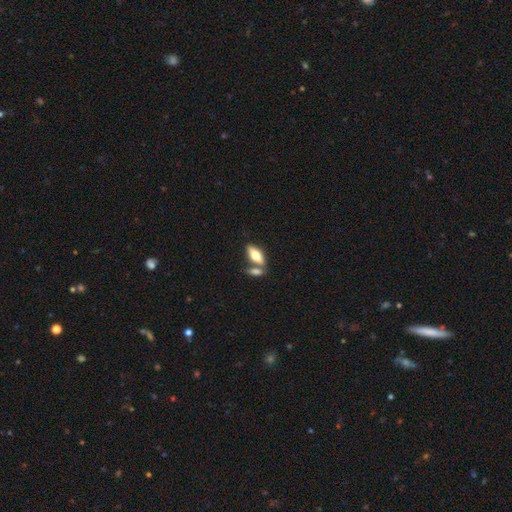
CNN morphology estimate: This is likely a smooth galaxy (66%). How rounded: likely in between (77%). Merging: possibly none (53%).